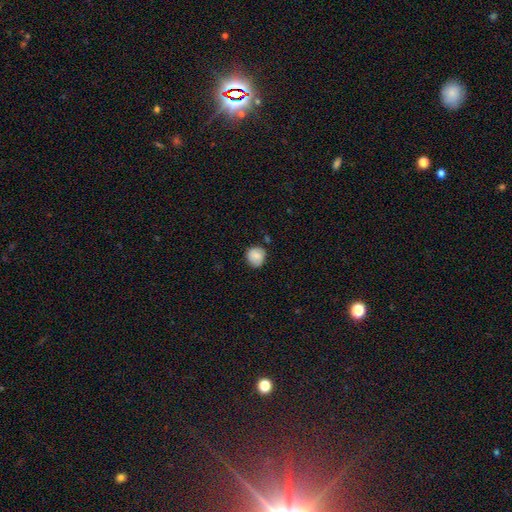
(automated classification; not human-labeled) smooth_or_featured: smooth (p=0.85) [alt: star or artifact p=0.08]
how_rounded: round (p=0.87) [alt: in between p=0.12]
merging: none (p=0.77) [alt: minor disturbance p=0.17]